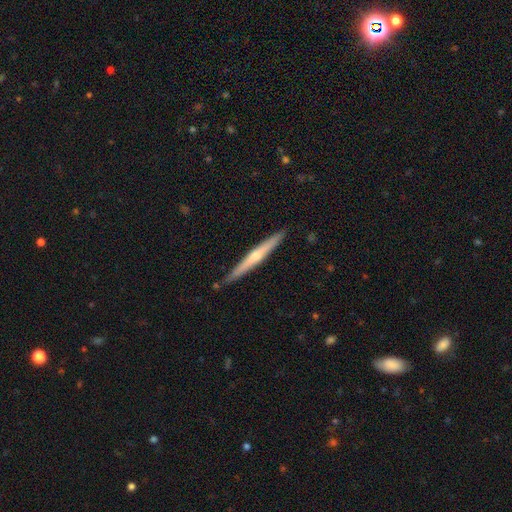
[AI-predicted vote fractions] A featured or disk galaxy (70%) viewed edge-on (98%) with a rounded central bulge (75%).

Vote fractions:
- Smooth or featured? featured or disk: 70% / smooth: 24% / star or artifact: 6%
- Edge-on disk? yes: 98% / no: 2%
- Edge-on bulge? rounded: 75% / none: 20% / boxy: 5%
- Merging? none: 90% / minor disturbance: 8% / major disturbance: 1% / merger: 1%